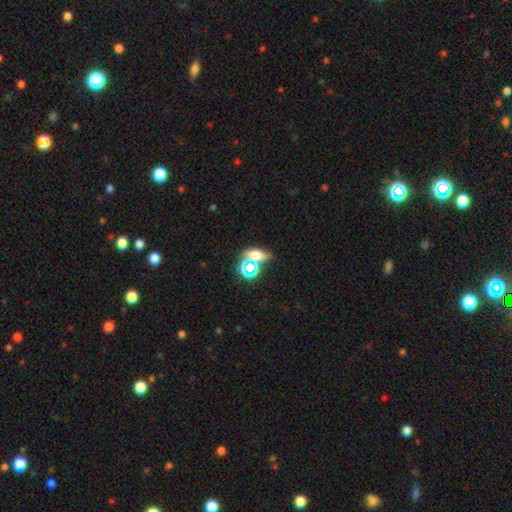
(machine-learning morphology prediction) Smooth or featured? Predicted: smooth (p=0.53). How rounded? Predicted: in between (p=0.67). Merging? Predicted: none (p=0.47).